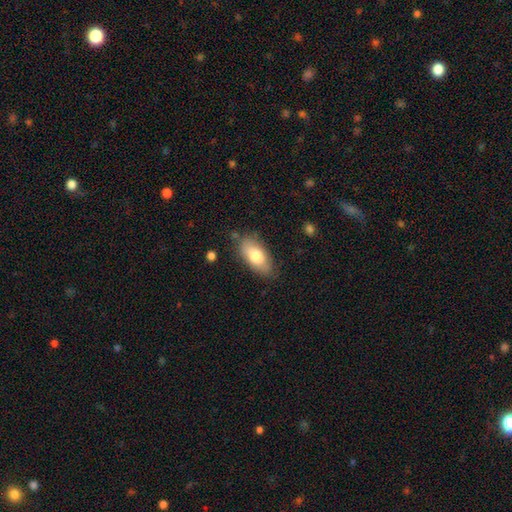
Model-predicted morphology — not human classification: Q: Smooth or featured?
A: smooth (74%); runner-up: featured or disk (19%)
Q: How rounded?
A: in between (87%); runner-up: cigar-shaped (9%)
Q: Merging?
A: none (80%); runner-up: minor disturbance (15%)